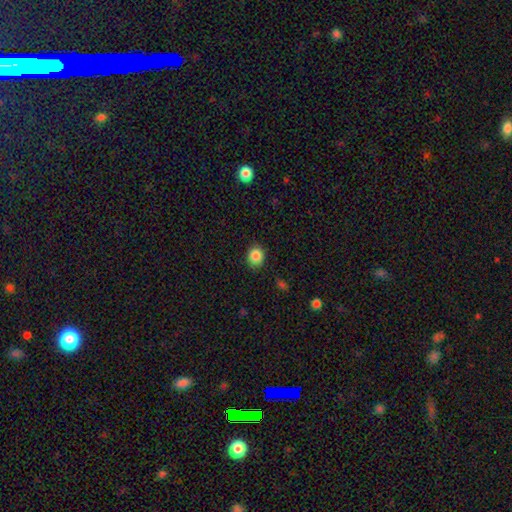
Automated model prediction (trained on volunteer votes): Overall: smooth (87%). How rounded: round (72%). Merging: none (86%).